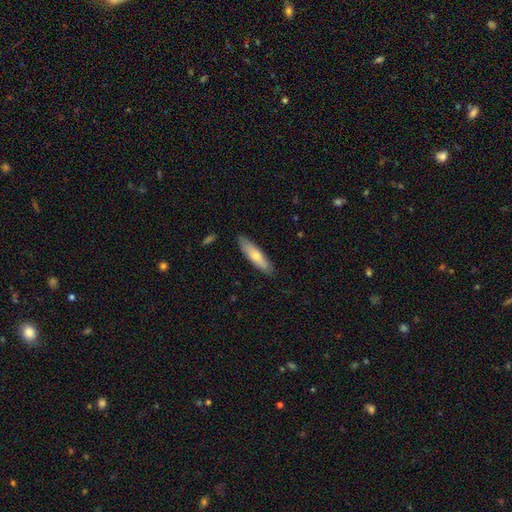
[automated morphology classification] type=smooth (64%); roundness=cigar-shaped (71%); merging=none (87%).